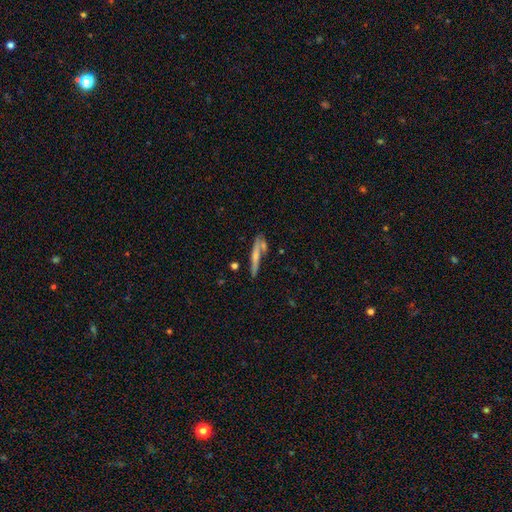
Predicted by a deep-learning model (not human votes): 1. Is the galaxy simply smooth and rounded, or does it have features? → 49% smooth, 44% featured or disk, 6% star or artifact.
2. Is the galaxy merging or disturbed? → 63% none, 18% merger, 14% minor disturbance, 4% major disturbance.